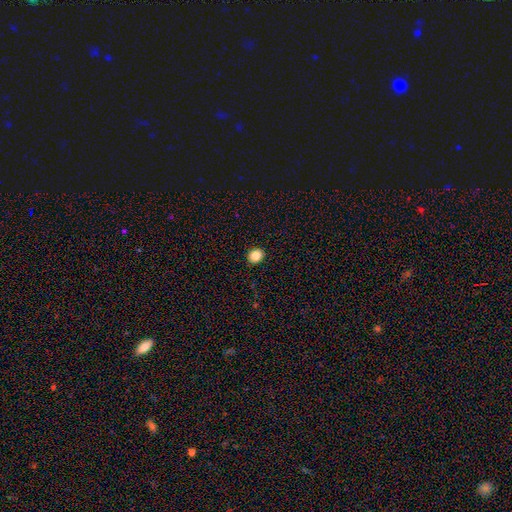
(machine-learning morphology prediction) smooth-or-featured: smooth: 85% | star or artifact: 10% | featured or disk: 5%
  how-rounded: round: 73% | in between: 26% | cigar-shaped: 1%
  merging: none: 92% | minor disturbance: 5% | major disturbance: 1% | merger: 1%